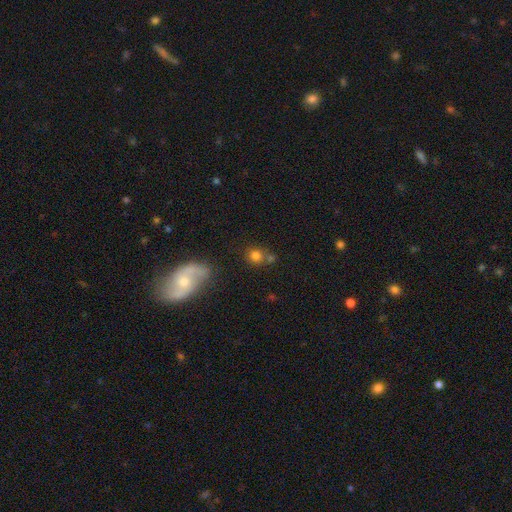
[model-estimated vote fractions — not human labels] Smooth or featured? Predicted: smooth (p=0.77). How rounded? Predicted: round (p=0.79). Merging? Predicted: none (p=0.58).